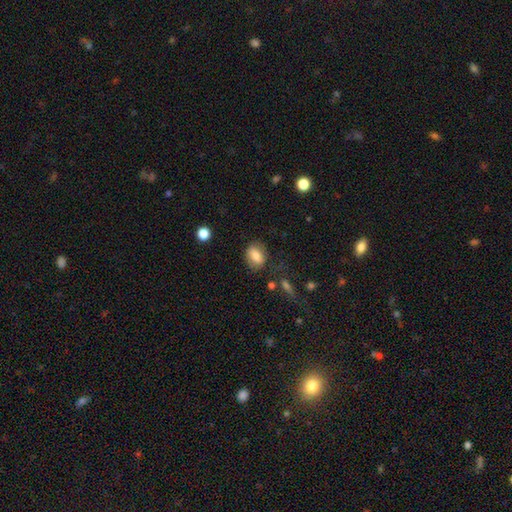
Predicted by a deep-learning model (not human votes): A smooth galaxy with no disk features (79%) that is in between round and cigar-shaped (72%).

Vote fractions:
- Smooth or featured? smooth: 79% / featured or disk: 13% / star or artifact: 8%
- How rounded? in between: 72% / round: 26% / cigar-shaped: 2%
- Merging? none: 75% / minor disturbance: 16% / major disturbance: 6% / merger: 3%